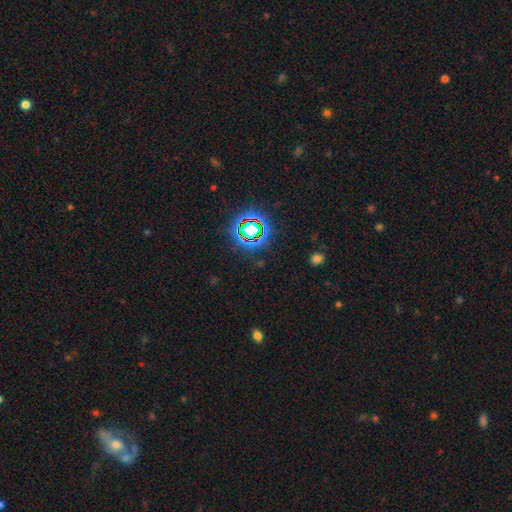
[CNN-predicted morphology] This appears to be a star or artifact, not a galaxy (72%).